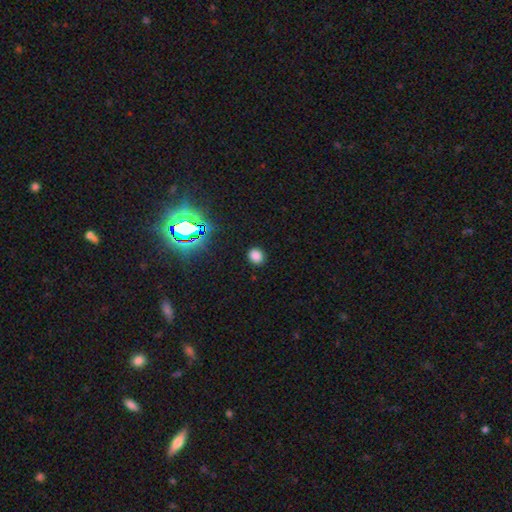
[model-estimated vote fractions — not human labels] Smooth or featured: smooth — 78% (star or artifact — 18%)
How rounded: round — 71% (in between — 28%)
Merging: none — 89% (minor disturbance — 7%)